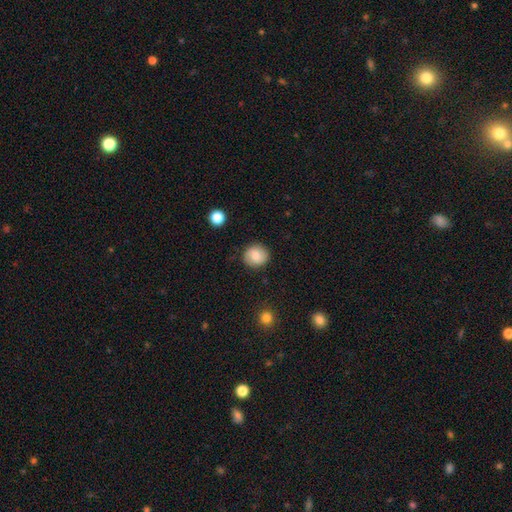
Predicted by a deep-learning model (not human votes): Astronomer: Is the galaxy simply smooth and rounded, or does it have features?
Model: smooth — 80%.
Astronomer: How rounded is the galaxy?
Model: round — 88%.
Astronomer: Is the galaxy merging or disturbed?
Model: none — 87%.